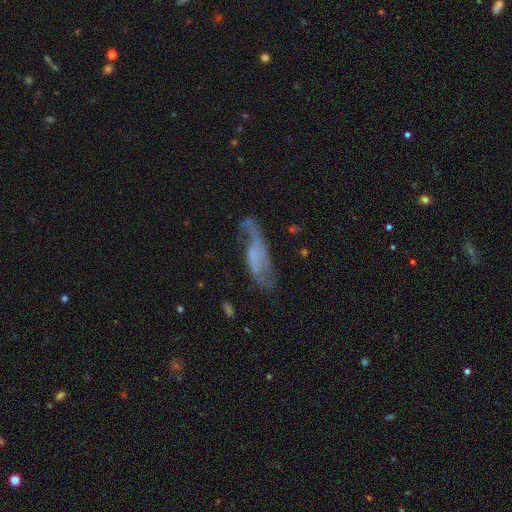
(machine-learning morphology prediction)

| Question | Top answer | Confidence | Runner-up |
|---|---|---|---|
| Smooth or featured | featured or disk | 62% | smooth (28%) |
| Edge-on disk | no | 81% | yes (19%) |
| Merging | none | 40% | major disturbance (30%) |